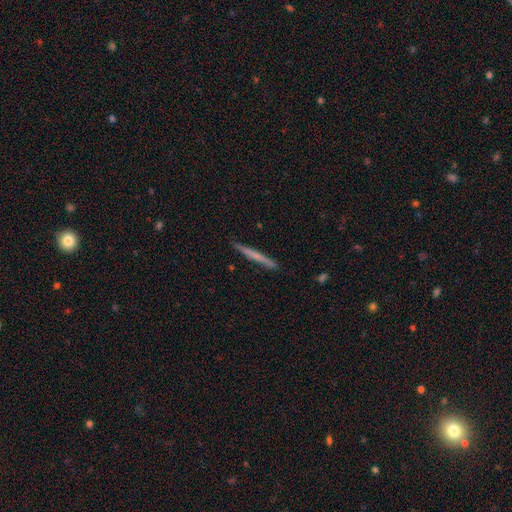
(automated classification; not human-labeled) Smooth or featured: smooth — 51% (featured or disk — 43%)
How rounded: cigar-shaped — 97% (in between — 2%)
Merging: none — 89% (minor disturbance — 8%)